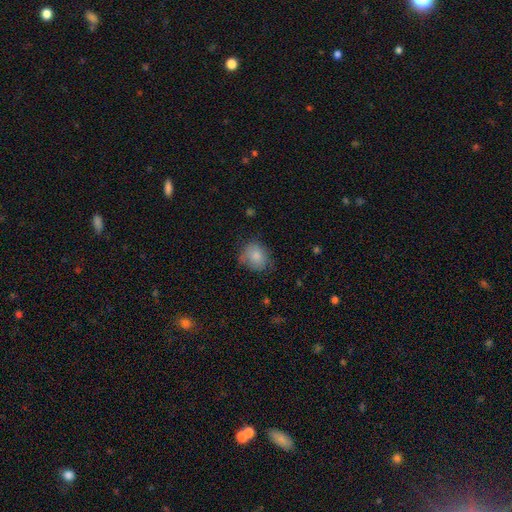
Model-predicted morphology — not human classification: smooth_or_featured: smooth (p=0.82) [alt: featured or disk p=0.10]
how_rounded: round (p=0.63) [alt: in between p=0.36]
merging: none (p=0.62) [alt: minor disturbance p=0.29]